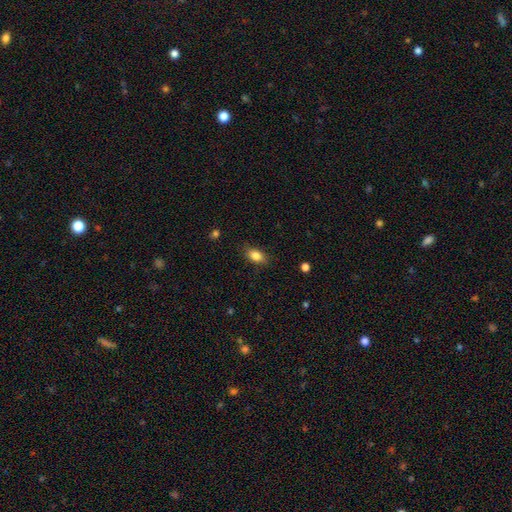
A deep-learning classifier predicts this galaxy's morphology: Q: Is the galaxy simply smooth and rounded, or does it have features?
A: smooth — 85%.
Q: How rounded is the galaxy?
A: in between — 85%.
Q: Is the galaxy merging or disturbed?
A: none — 84%.